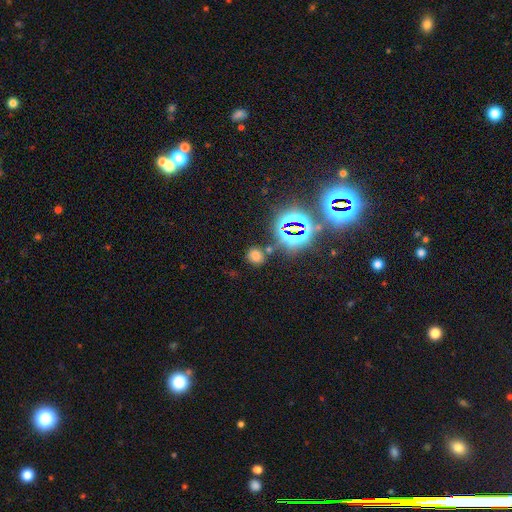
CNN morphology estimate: smooth_or_featured: smooth (p=0.60) [alt: star or artifact p=0.33]
how_rounded: round (p=0.66) [alt: in between p=0.33]
merging: none (p=0.76) [alt: minor disturbance p=0.12]